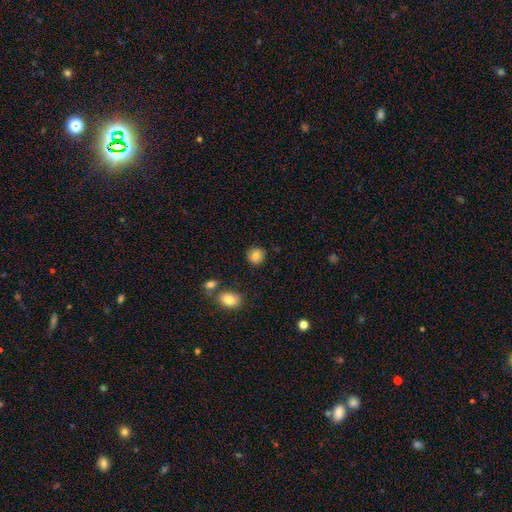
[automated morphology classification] type=smooth (83%); roundness=round (89%); merging=none (88%).